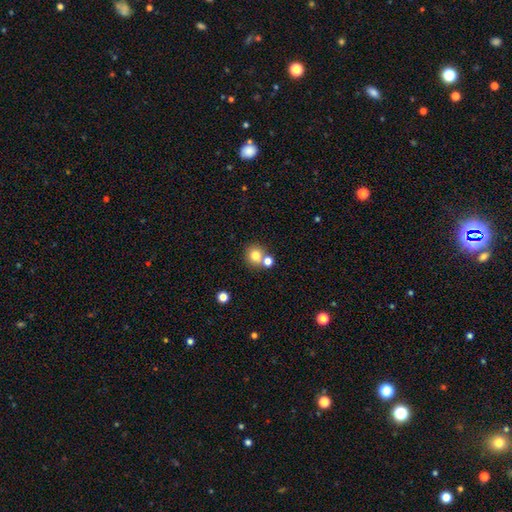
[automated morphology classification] A smooth galaxy with no disk features (77%) that is round (88%). Merging: none (60%).